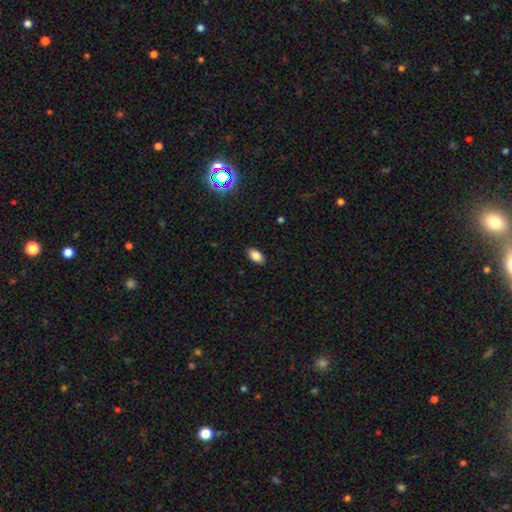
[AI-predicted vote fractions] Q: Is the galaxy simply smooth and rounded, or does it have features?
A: smooth — 85%.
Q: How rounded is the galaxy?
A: in between — 92%.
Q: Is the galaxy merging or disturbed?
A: none — 88%.